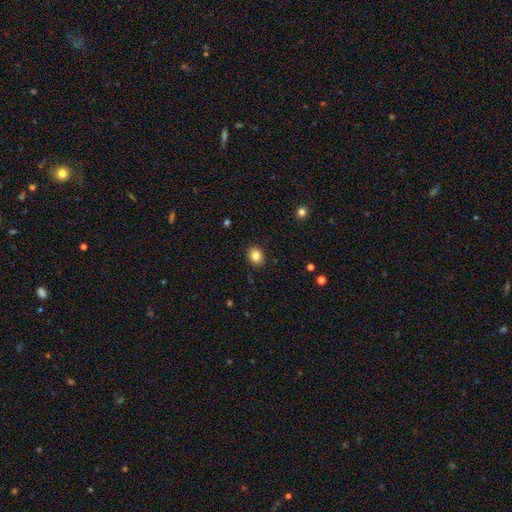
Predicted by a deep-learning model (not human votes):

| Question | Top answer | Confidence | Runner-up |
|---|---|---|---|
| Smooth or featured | smooth | 83% | star or artifact (10%) |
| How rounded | round | 65% | in between (34%) |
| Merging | none | 90% | minor disturbance (7%) |